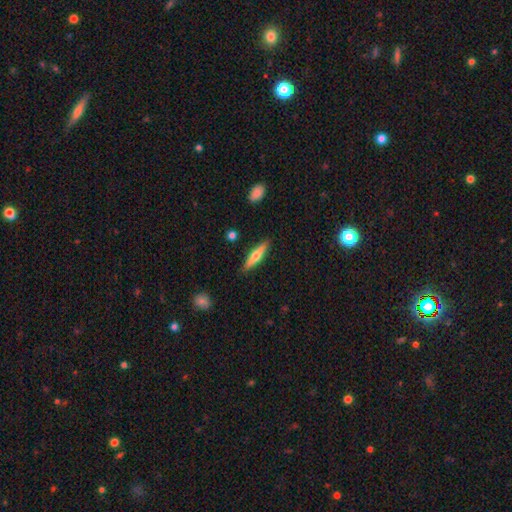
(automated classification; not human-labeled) Smooth or featured? smooth (48%)
Merging? none (89%)